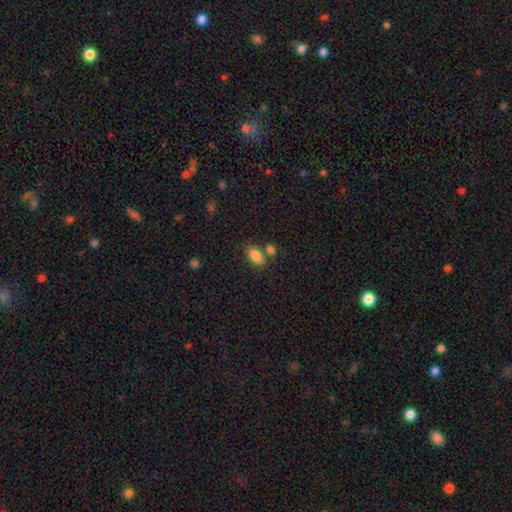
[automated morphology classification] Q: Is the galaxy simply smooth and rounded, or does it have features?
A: smooth — 85%.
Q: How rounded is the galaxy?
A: in between — 90%.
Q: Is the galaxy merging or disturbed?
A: none — 62%.